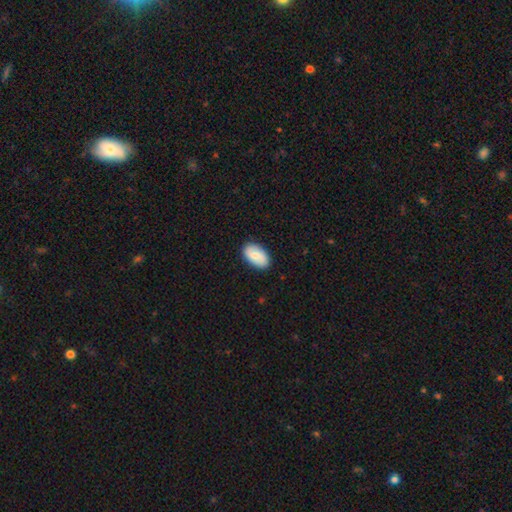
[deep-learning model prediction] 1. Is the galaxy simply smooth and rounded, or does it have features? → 66% smooth, 28% featured or disk, 6% star or artifact.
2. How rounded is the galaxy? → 93% in between, 5% round, 1% cigar-shaped.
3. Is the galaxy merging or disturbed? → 87% none, 10% minor disturbance, 2% major disturbance, 1% merger.